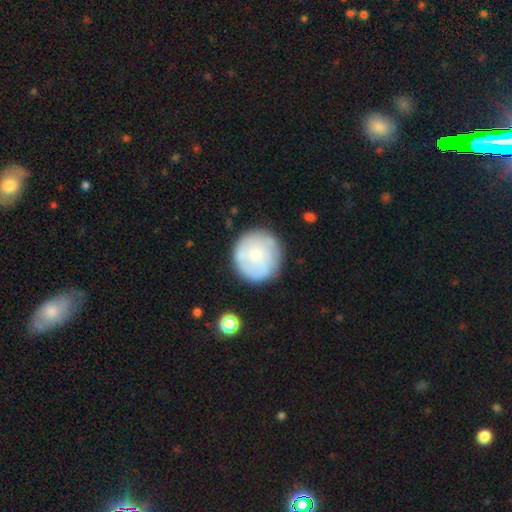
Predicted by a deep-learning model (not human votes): This is possibly a smooth galaxy (55%). How rounded: clearly round (93%). Merging: likely none (79%).